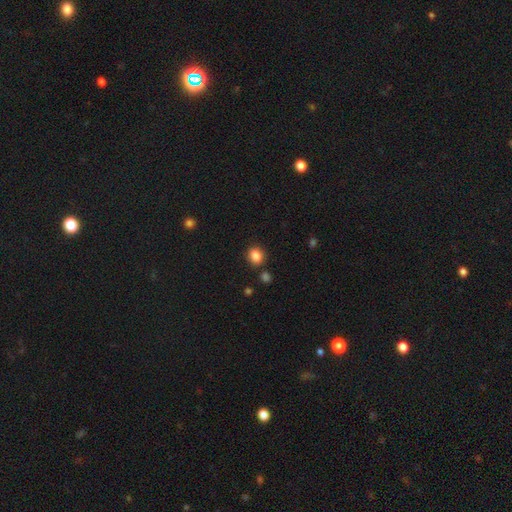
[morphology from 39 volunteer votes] Q: Smooth or featured?
A: smooth (87%); runner-up: star or artifact (8%)
Q: How rounded?
A: round (59%); runner-up: in between (41%)
Q: Merging?
A: none (78%); runner-up: minor disturbance (17%)